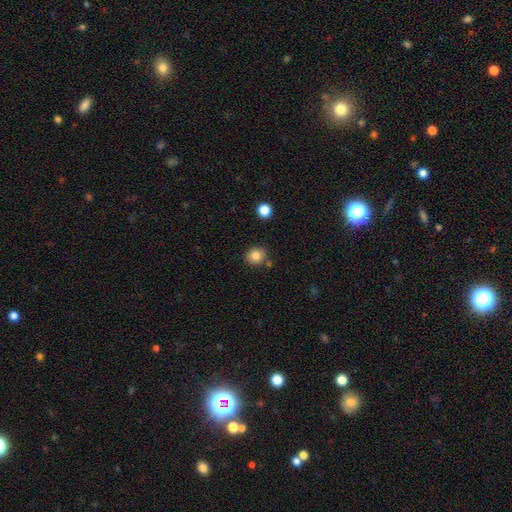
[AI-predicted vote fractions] Q: Smooth or featured?
A: smooth (83%); runner-up: star or artifact (11%)
Q: How rounded?
A: round (81%); runner-up: in between (18%)
Q: Merging?
A: none (82%); runner-up: minor disturbance (10%)